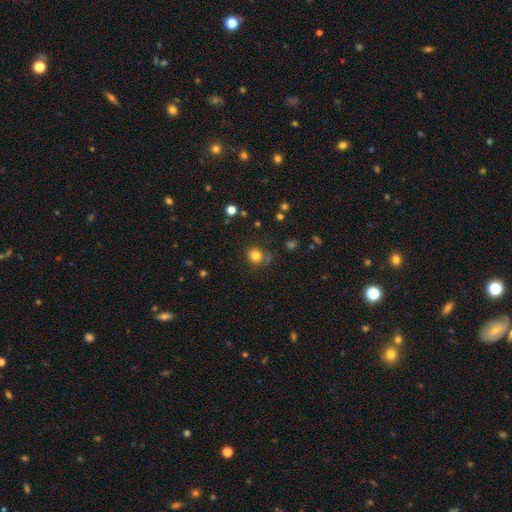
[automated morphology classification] smooth-or-featured: smooth: 81% | star or artifact: 13% | featured or disk: 7%
  how-rounded: round: 80% | in between: 19% | cigar-shaped: 1%
  merging: none: 75% | minor disturbance: 16% | major disturbance: 6% | merger: 3%